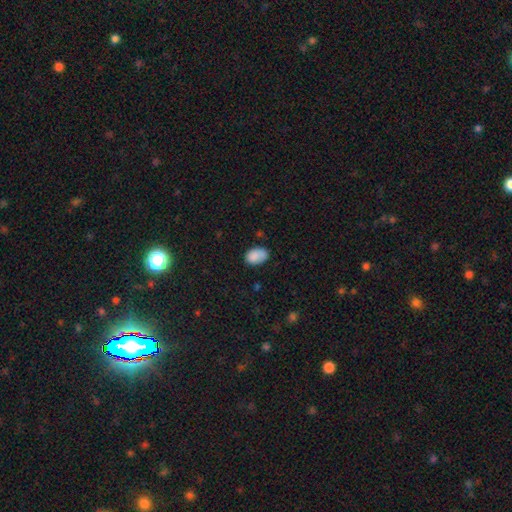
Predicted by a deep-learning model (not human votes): smooth 88%, star or artifact 8%, featured or disk 5%. Down the decision tree: how rounded — in between (86%); merging — none (72%).